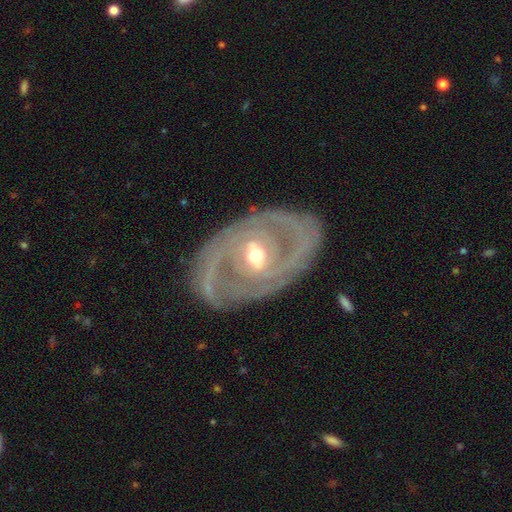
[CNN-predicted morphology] A featured or disk galaxy (87%) with a weak bar (44%), 2 (61%) tight (58%) spiral arms (87%) and a moderate central bulge (61%). Merging: none (78%).